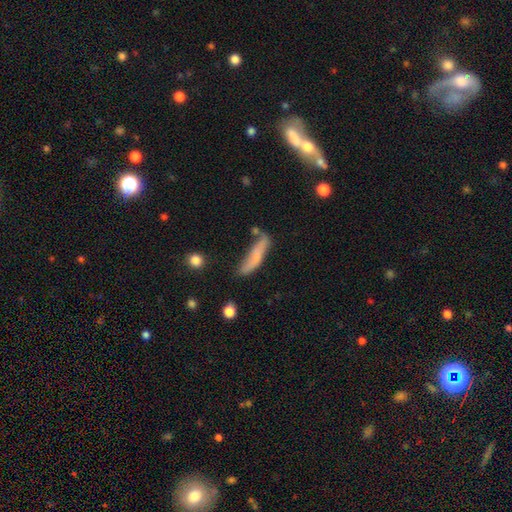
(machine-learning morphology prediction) type=smooth (65%); roundness=cigar-shaped (79%); merging=none (52%).